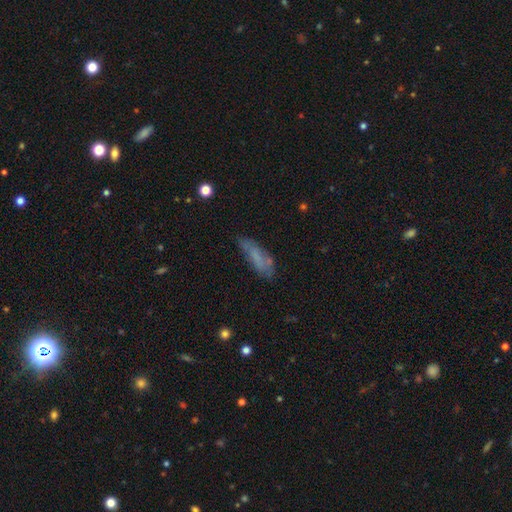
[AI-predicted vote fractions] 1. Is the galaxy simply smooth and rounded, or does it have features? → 55% smooth, 30% featured or disk, 15% star or artifact.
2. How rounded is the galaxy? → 54% cigar-shaped, 43% in between, 3% round.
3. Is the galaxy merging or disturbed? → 65% none, 23% minor disturbance, 9% major disturbance, 3% merger.